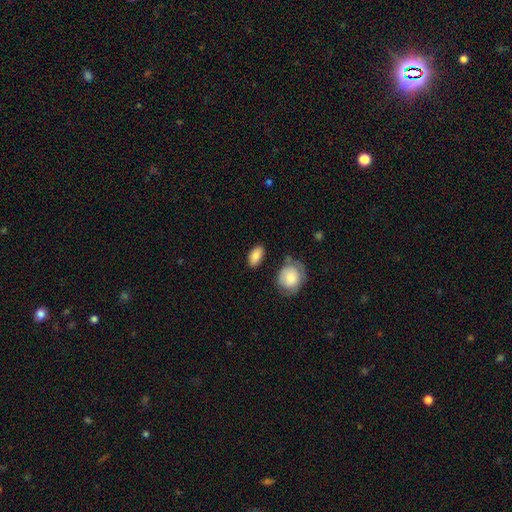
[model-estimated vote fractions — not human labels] Overall: smooth (85%). How rounded: in between (90%). Merging: none (81%).